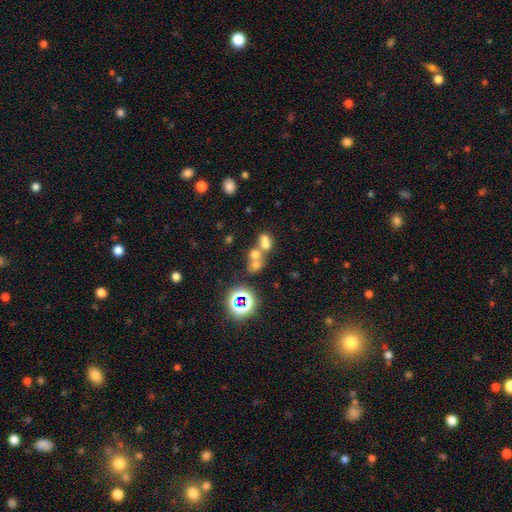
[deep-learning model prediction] Overall: smooth (50%; star or artifact 34%). Merging: merger (52%; none 36%).